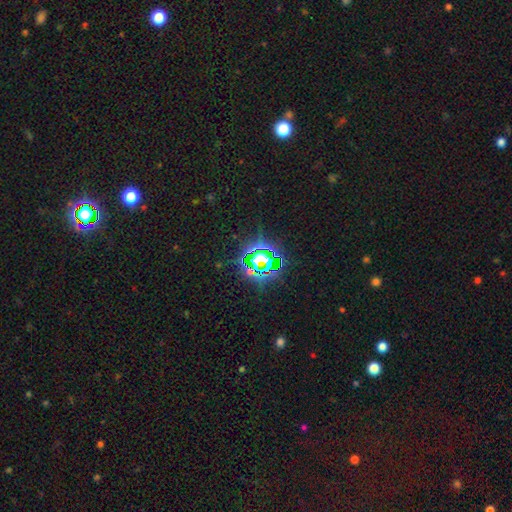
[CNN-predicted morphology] star or artifact 79%, smooth 12%, featured or disk 9%.